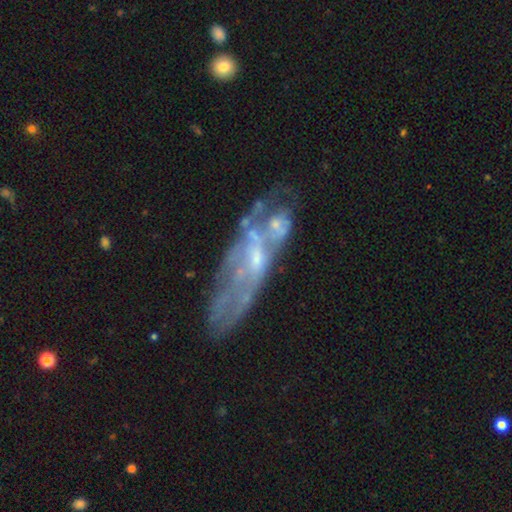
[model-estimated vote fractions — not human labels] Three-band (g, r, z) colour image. It shows a featured or disk galaxy (71%) with no bar (63%), no spiral arms (52%) and a small central bulge (53%). Merging: none (47%).